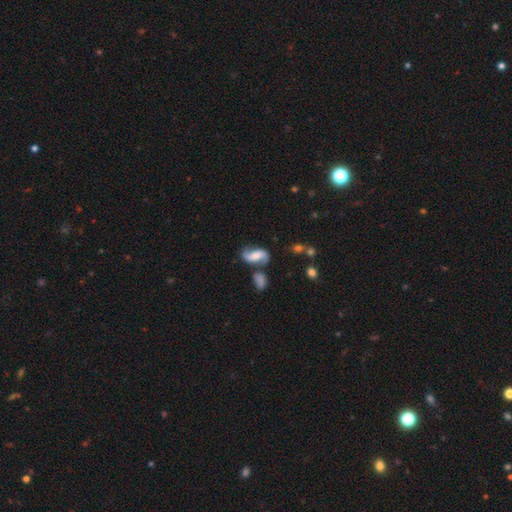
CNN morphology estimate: featured or disk 71%, smooth 21%, star or artifact 8%. Down the decision tree: edge-on disk — no (96%); bar — no (41%); spiral arms — yes (93%); spiral arm count — 2 (90%); spiral winding — loose (60%); bulge size — moderate (34%); merging — none (55%).